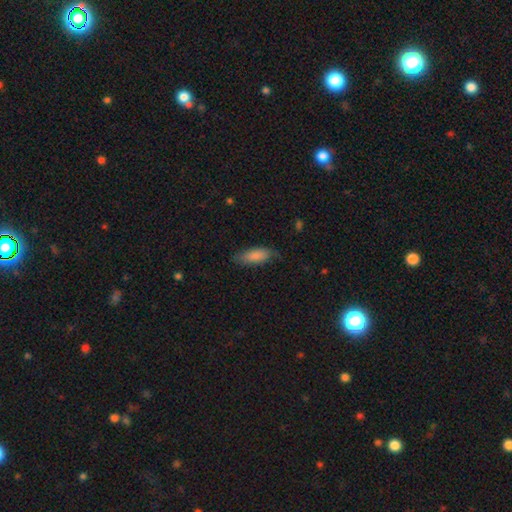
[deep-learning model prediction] Overall: smooth (84%). How rounded: in between (76%). Merging: none (71%).